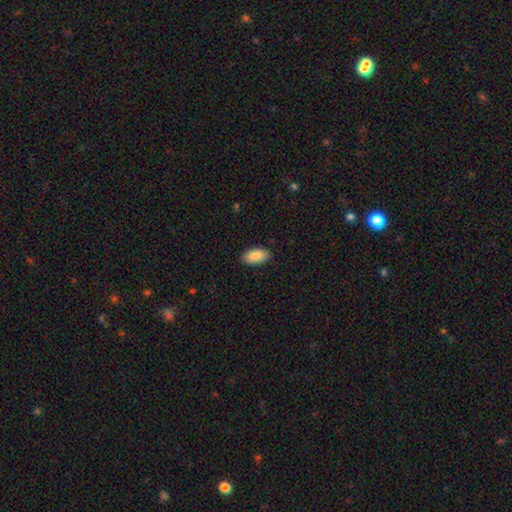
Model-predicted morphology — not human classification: This appears to be a smooth galaxy with no disk features (89%) that is in between round and cigar-shaped (94%). Merging: none (88%).